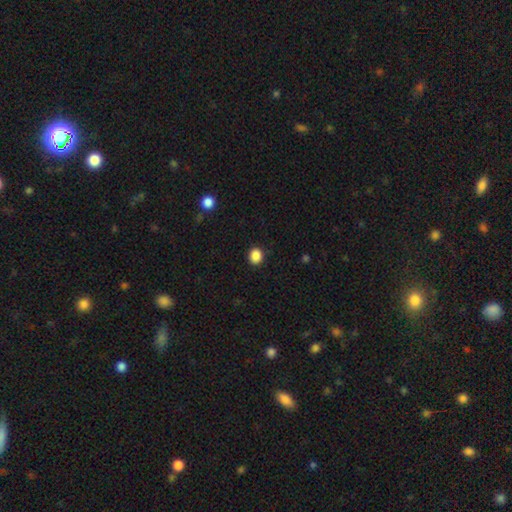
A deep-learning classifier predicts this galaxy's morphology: Q: Smooth or featured?
A: smooth (88%); runner-up: star or artifact (9%)
Q: How rounded?
A: round (71%); runner-up: in between (28%)
Q: Merging?
A: none (90%); runner-up: minor disturbance (7%)